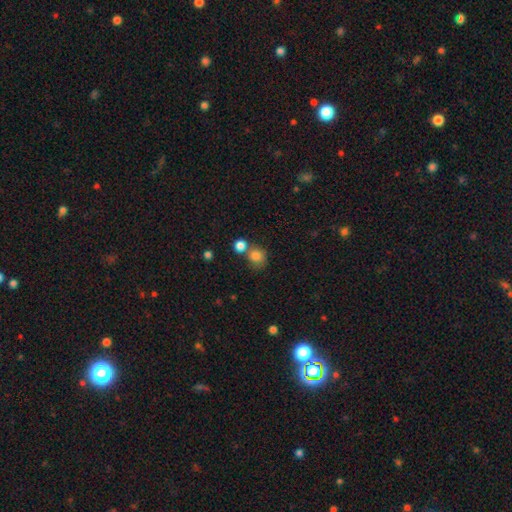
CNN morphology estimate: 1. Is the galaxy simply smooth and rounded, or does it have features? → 81% smooth, 11% star or artifact, 7% featured or disk.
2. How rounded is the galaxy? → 82% round, 17% in between, 1% cigar-shaped.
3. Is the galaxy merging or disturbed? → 52% none, 31% merger, 12% minor disturbance, 5% major disturbance.